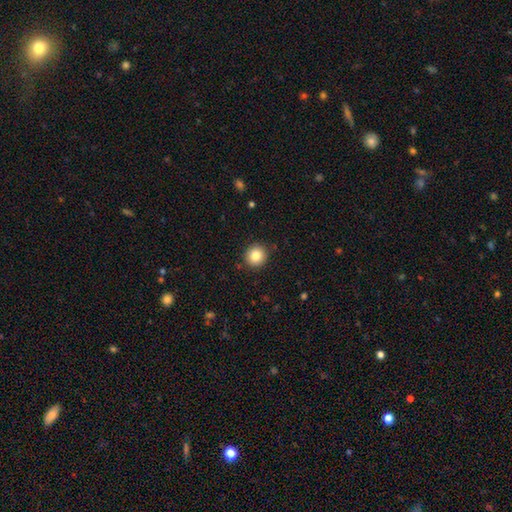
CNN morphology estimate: A smooth galaxy with no disk features (84%) that is round (91%). Merging: none (91%).